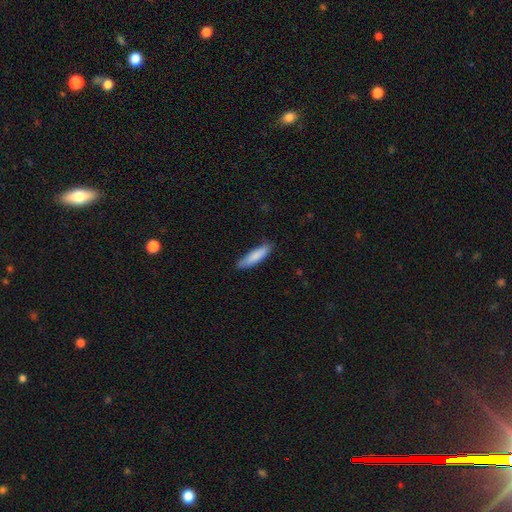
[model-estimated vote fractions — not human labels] Smooth or featured?
  - smooth: 84% *
  - featured or disk: 11%
  - star or artifact: 5%
How rounded?
  - cigar-shaped: 68% *
  - in between: 30%
  - round: 1%
Merging?
  - none: 81% *
  - minor disturbance: 15%
  - major disturbance: 2%
  - merger: 1%